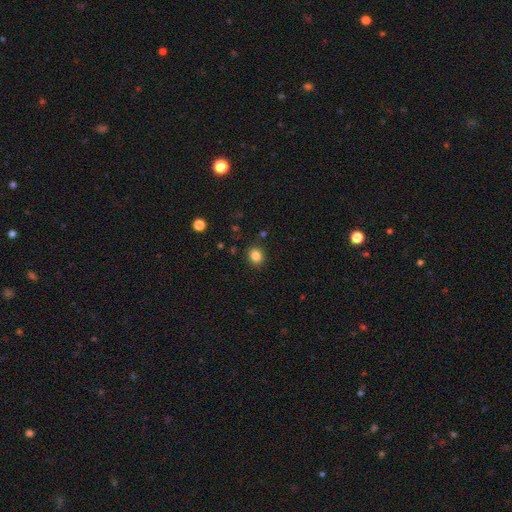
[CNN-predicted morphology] A smooth galaxy with no disk features (85%) that is round (65%).

Vote fractions:
- Smooth or featured? smooth: 85% / star or artifact: 11% / featured or disk: 4%
- How rounded? round: 65% / in between: 34% / cigar-shaped: 1%
- Merging? none: 88% / minor disturbance: 8% / major disturbance: 2% / merger: 2%